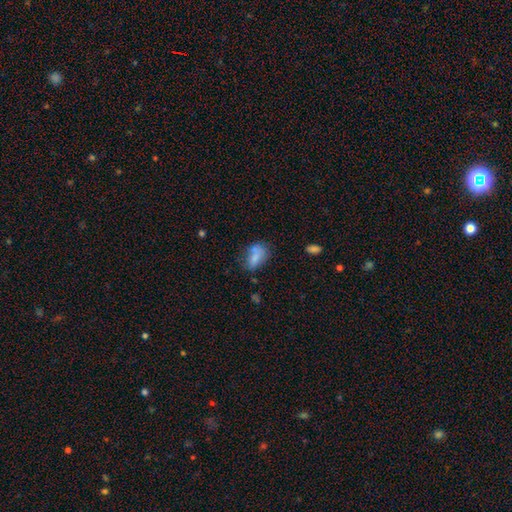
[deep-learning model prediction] This appears to be a smooth galaxy with no disk features (73%) that is in between round and cigar-shaped (84%). Merging: none (44%).